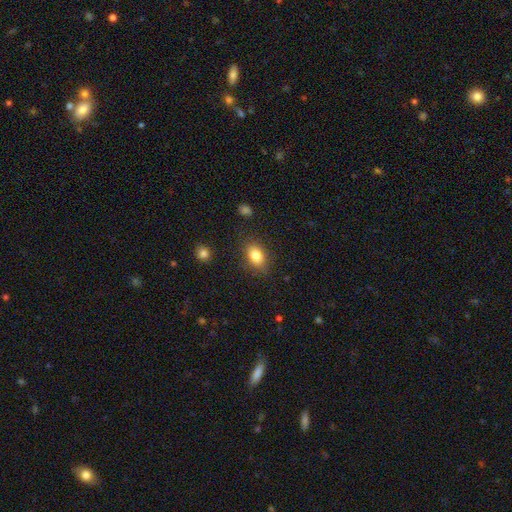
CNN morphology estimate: Smooth or featured? smooth (83%)
How rounded? in between (82%)
Merging? none (82%)